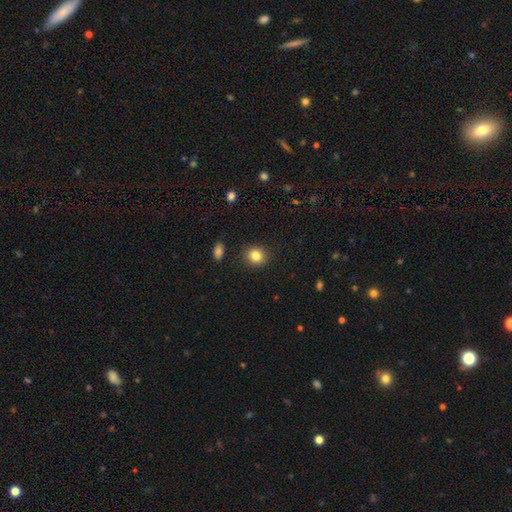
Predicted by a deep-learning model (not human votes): Smooth or featured?
  - smooth: 84% *
  - star or artifact: 10%
  - featured or disk: 6%
How rounded?
  - round: 78% *
  - in between: 21%
  - cigar-shaped: 1%
Merging?
  - none: 89% *
  - minor disturbance: 7%
  - major disturbance: 2%
  - merger: 2%